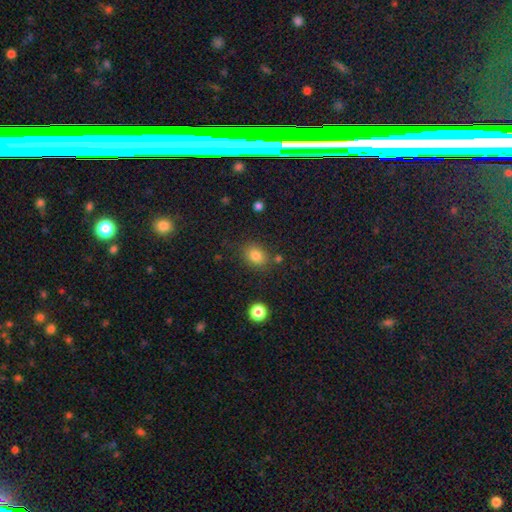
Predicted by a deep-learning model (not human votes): This is clearly a smooth galaxy (81%). How rounded: possibly round (51%). Merging: likely none (78%).